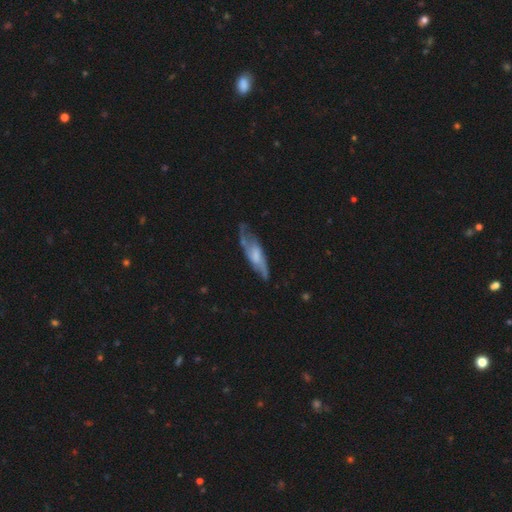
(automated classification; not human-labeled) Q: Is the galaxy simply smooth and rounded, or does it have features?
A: featured or disk — 63%.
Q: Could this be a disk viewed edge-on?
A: no — 66%.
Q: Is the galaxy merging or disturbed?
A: none — 58%.